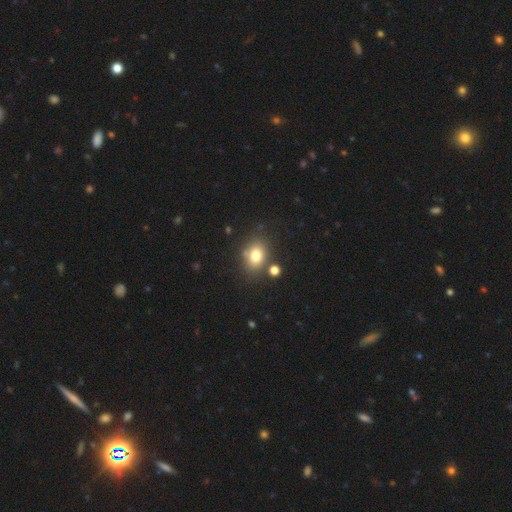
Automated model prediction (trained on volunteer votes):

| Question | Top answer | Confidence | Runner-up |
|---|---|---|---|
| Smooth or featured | smooth | 78% | star or artifact (12%) |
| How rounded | in between | 54% | round (45%) |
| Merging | none | 72% | minor disturbance (13%) |